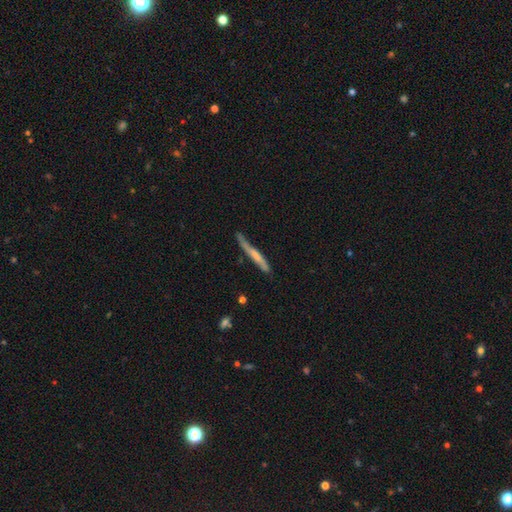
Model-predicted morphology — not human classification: smooth 49%, featured or disk 45%, star or artifact 6%. Down the decision tree: merging — none (59%).